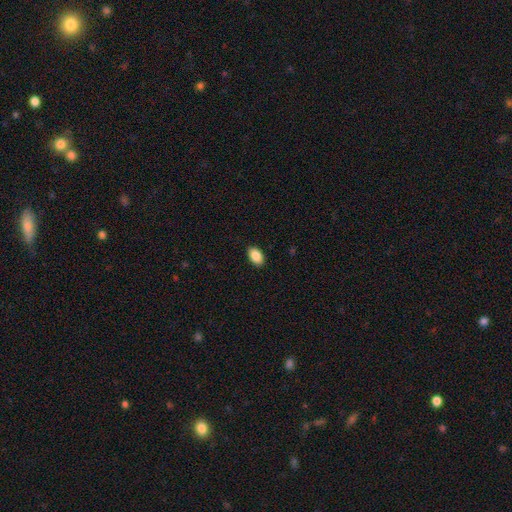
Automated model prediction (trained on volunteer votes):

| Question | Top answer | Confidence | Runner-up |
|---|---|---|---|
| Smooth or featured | smooth | 88% | star or artifact (7%) |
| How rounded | in between | 92% | round (7%) |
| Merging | none | 90% | minor disturbance (8%) |